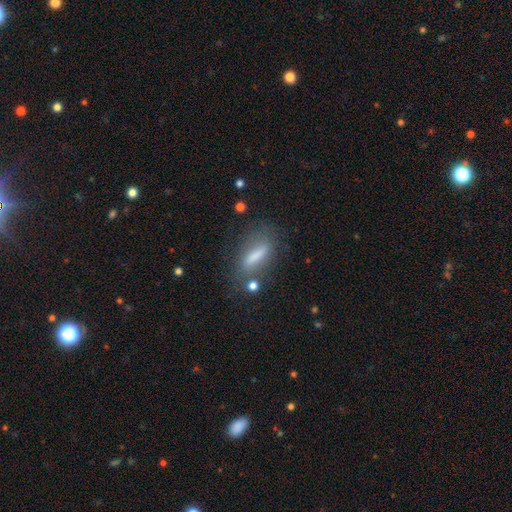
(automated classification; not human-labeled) The model was most divided on "smooth or featured": smooth: 61%, featured or disk: 27%, star or artifact: 11%. More confident: how rounded — cigar-shaped (68%); merging — none (67%).